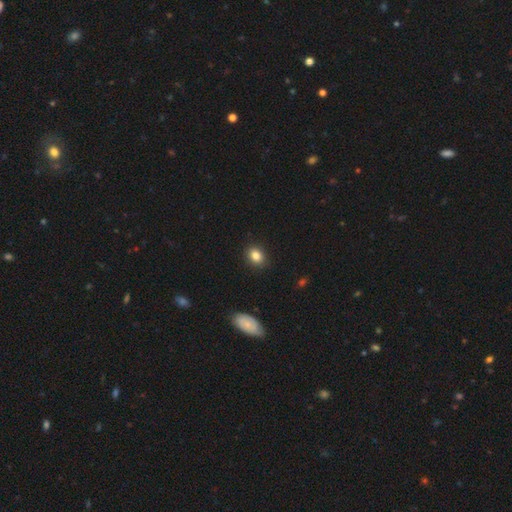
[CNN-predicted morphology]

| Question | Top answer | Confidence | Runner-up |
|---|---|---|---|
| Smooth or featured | smooth | 85% | star or artifact (9%) |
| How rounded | in between | 58% | round (40%) |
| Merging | none | 87% | minor disturbance (9%) |